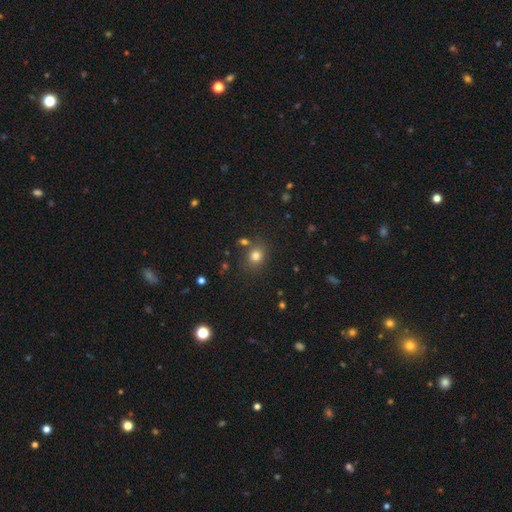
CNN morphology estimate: Smooth or featured?
  - smooth: 77% *
  - star or artifact: 15%
  - featured or disk: 8%
How rounded?
  - round: 69% *
  - in between: 30%
  - cigar-shaped: 1%
Merging?
  - none: 74% *
  - minor disturbance: 12%
  - merger: 11%
  - major disturbance: 4%